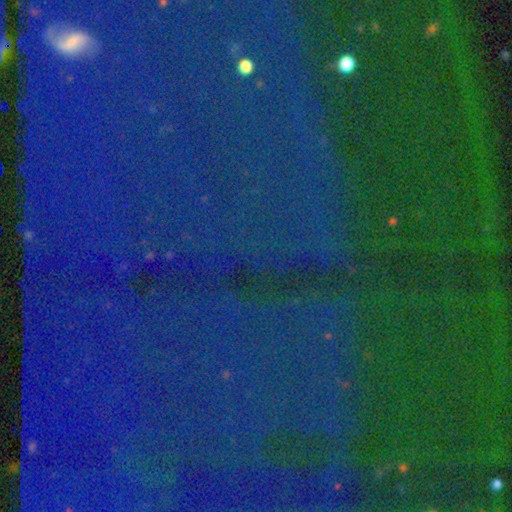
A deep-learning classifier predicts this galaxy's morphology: smooth-or-featured: star or artifact: 84% | smooth: 8% | featured or disk: 7%